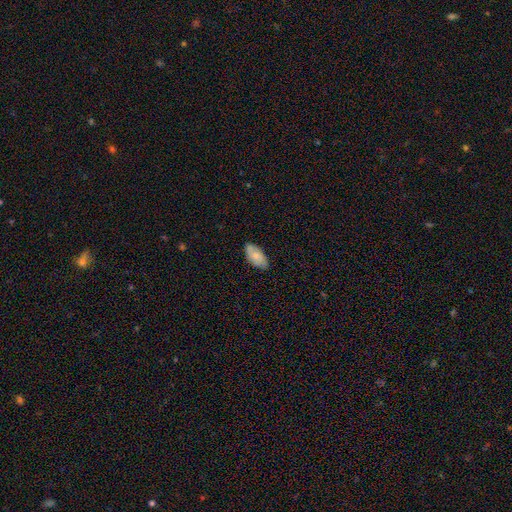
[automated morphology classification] type=smooth (71%); roundness=in between (94%); merging=none (80%).